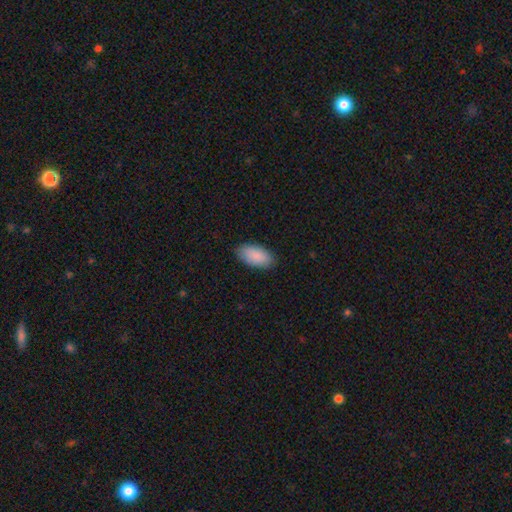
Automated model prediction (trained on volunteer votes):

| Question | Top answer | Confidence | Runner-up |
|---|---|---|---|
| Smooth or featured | smooth | 89% | star or artifact (6%) |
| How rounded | in between | 95% | cigar-shaped (3%) |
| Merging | none | 87% | minor disturbance (10%) |